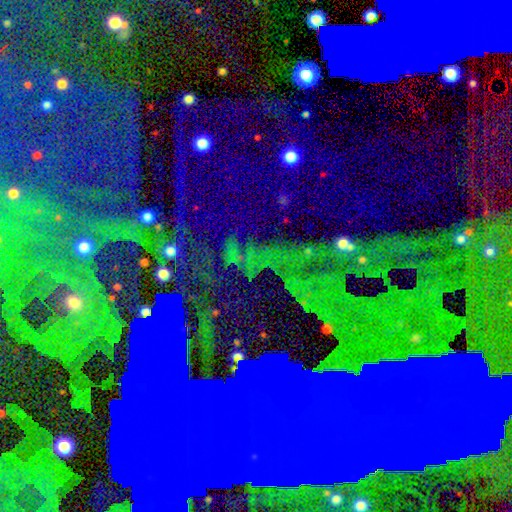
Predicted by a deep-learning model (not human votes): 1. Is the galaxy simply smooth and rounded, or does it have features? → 70% star or artifact, 17% smooth, 14% featured or disk.